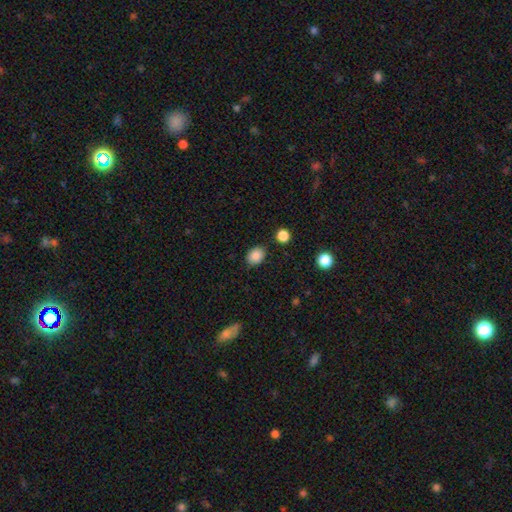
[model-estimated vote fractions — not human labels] Morphology: type=smooth (86%); roundness=in between (60%); merging=none (83%).